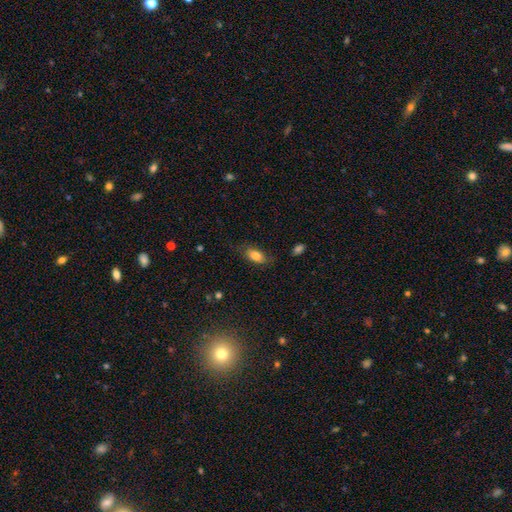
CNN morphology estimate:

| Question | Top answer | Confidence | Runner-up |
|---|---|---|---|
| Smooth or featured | smooth | 79% | featured or disk (13%) |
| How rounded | in between | 88% | cigar-shaped (7%) |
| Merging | none | 74% | minor disturbance (20%) |